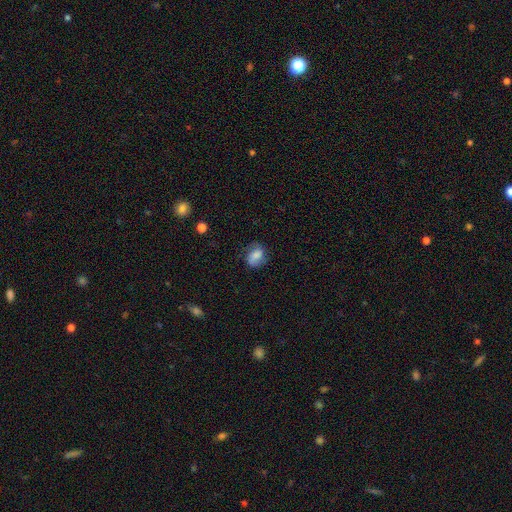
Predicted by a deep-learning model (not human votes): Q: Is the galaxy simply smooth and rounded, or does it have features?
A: smooth — 64%.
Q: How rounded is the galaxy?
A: in between — 65%.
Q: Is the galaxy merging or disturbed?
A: none — 65%.